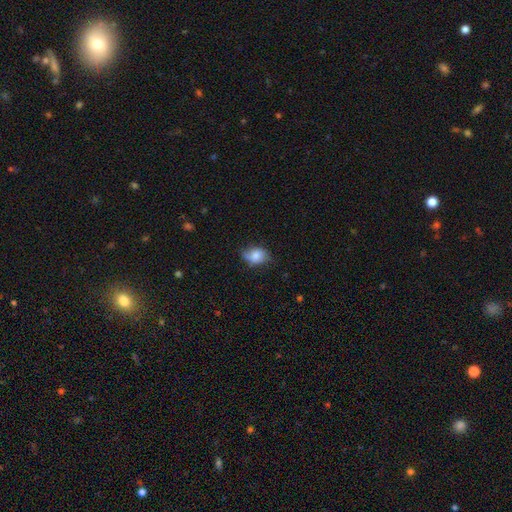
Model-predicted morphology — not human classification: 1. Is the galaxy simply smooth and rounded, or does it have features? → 75% smooth, 17% featured or disk, 8% star or artifact.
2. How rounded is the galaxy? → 69% in between, 29% round, 1% cigar-shaped.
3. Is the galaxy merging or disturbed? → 60% none, 31% minor disturbance, 7% major disturbance, 1% merger.